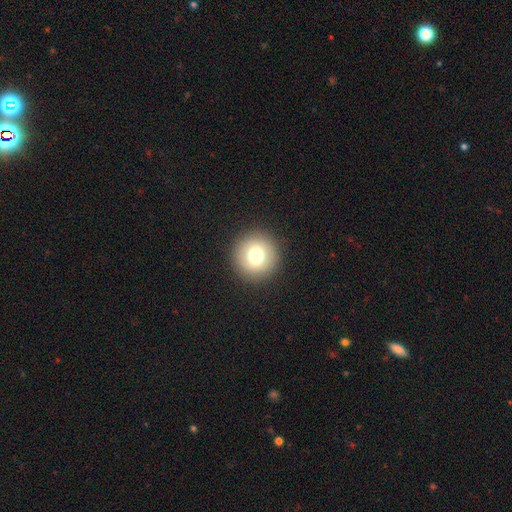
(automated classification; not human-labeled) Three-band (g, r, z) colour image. It shows a smooth galaxy with no disk features (76%) that is round (95%). Merging: none (92%).